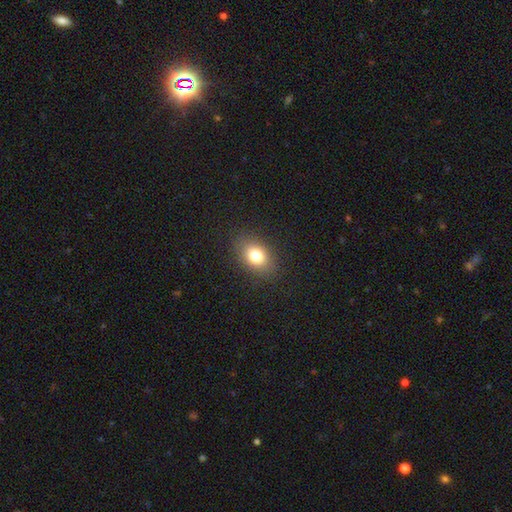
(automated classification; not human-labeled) Overall: smooth (79%). How rounded: in between (75%). Merging: none (86%).